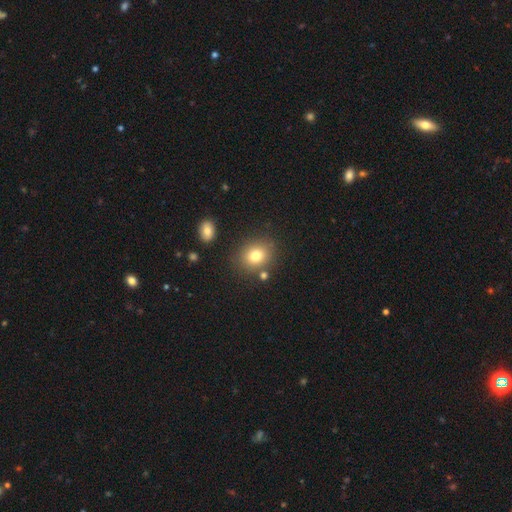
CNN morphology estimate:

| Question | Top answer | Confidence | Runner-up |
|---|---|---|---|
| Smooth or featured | smooth | 78% | star or artifact (12%) |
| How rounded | round | 63% | in between (36%) |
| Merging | none | 79% | minor disturbance (10%) |